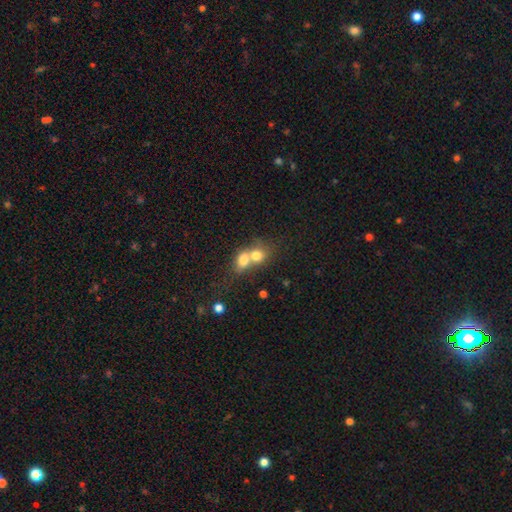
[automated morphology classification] The model was most divided on "how rounded": round: 58%, in between: 40%, cigar-shaped: 1%. More confident: merging — merger (74%); smooth or featured — smooth (73%).